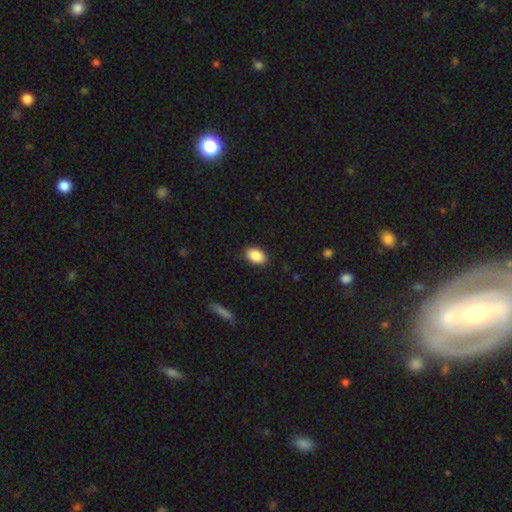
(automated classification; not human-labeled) A smooth galaxy with no disk features (88%) that is in between round and cigar-shaped (89%).

Vote fractions:
- Smooth or featured? smooth: 88% / star or artifact: 7% / featured or disk: 5%
- How rounded? in between: 89% / round: 10% / cigar-shaped: 1%
- Merging? none: 88% / minor disturbance: 9% / major disturbance: 2% / merger: 1%